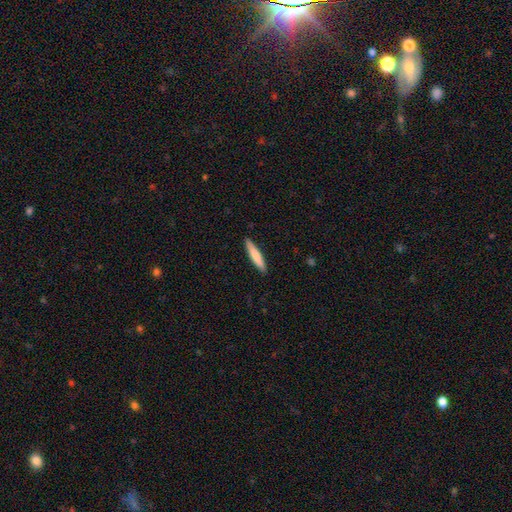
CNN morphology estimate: This appears to be a smooth galaxy with no disk features (74%) that is cigar-shaped (90%). Merging: none (91%).